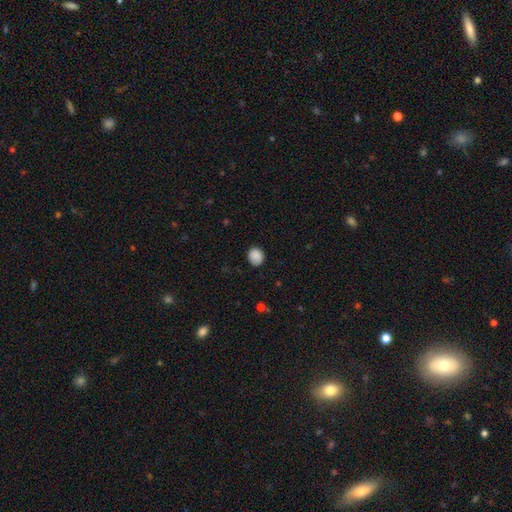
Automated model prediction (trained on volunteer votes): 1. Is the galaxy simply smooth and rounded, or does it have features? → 88% smooth, 8% star or artifact, 4% featured or disk.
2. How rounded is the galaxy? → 70% round, 29% in between, 1% cigar-shaped.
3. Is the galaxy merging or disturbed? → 82% none, 14% minor disturbance, 3% major disturbance, 1% merger.